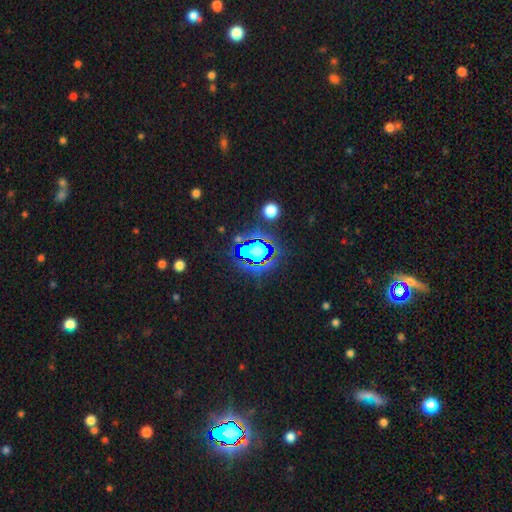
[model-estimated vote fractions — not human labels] smooth-or-featured: star or artifact: 80% | smooth: 13% | featured or disk: 8%